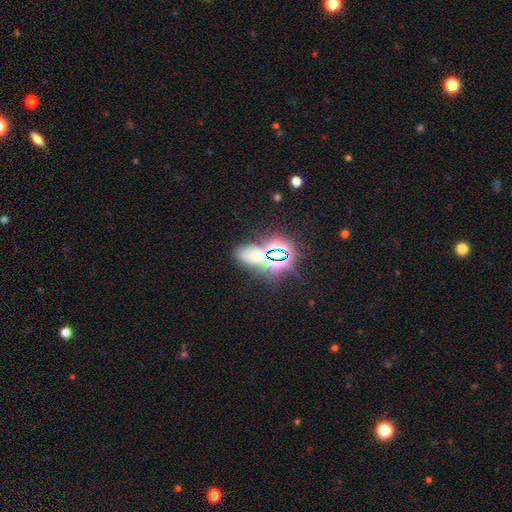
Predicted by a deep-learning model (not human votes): The model was most divided on "smooth or featured": star or artifact: 50%, smooth: 33%, featured or disk: 17%.